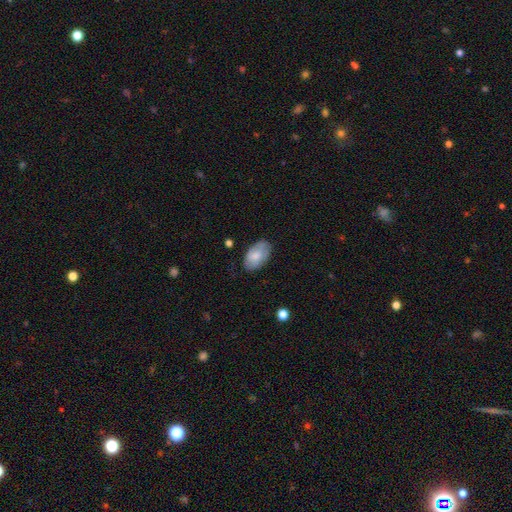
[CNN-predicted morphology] type=smooth (75%); roundness=in between (94%); merging=none (78%).